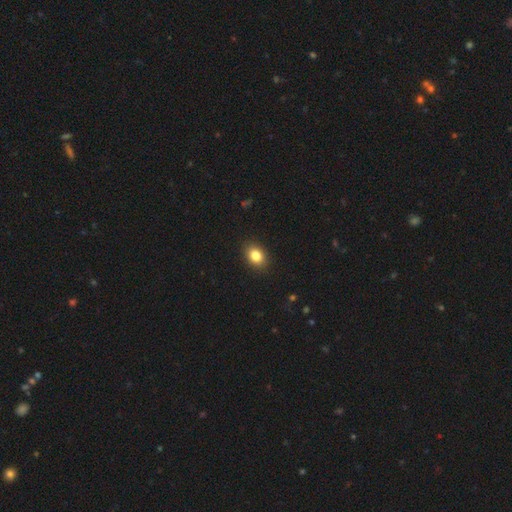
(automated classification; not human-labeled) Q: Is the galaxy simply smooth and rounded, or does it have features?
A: smooth — 84%.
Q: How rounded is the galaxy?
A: in between — 71%.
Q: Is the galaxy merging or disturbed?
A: none — 89%.